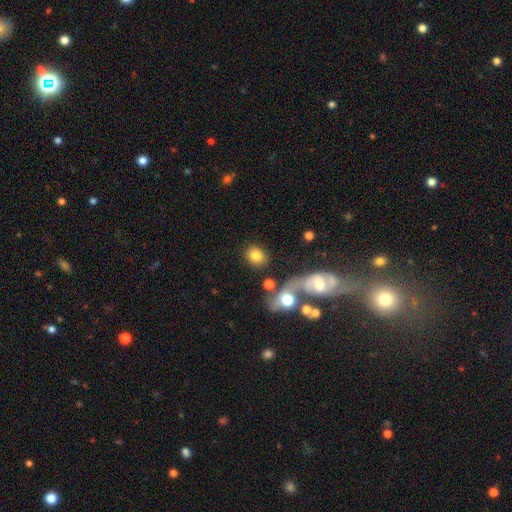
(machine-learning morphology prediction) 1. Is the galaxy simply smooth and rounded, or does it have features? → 78% smooth, 13% featured or disk, 10% star or artifact.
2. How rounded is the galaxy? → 63% round, 36% in between, 1% cigar-shaped.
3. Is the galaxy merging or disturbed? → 74% none, 10% merger, 10% minor disturbance, 6% major disturbance.